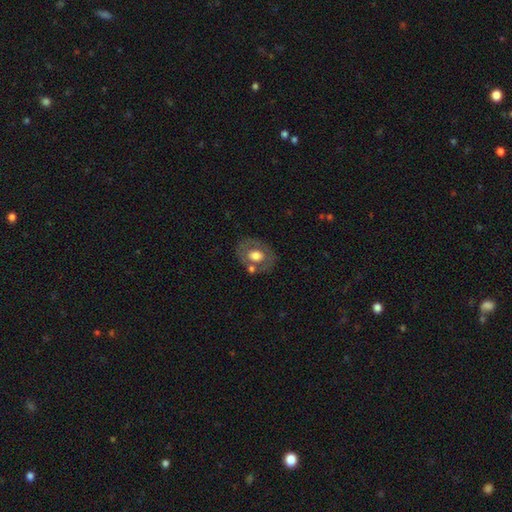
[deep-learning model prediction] Smooth or featured?
  - smooth: 54% *
  - featured or disk: 39%
  - star or artifact: 7%
How rounded?
  - in between: 58% *
  - round: 41%
  - cigar-shaped: 1%
Merging?
  - none: 66% *
  - minor disturbance: 15%
  - merger: 14%
  - major disturbance: 6%